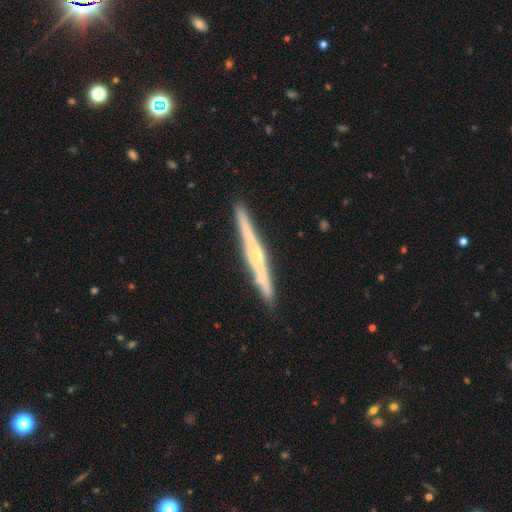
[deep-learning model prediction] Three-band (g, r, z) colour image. It shows a featured or disk galaxy (71%) viewed edge-on (98%) with a rounded central bulge (53%). Merging: none (89%).